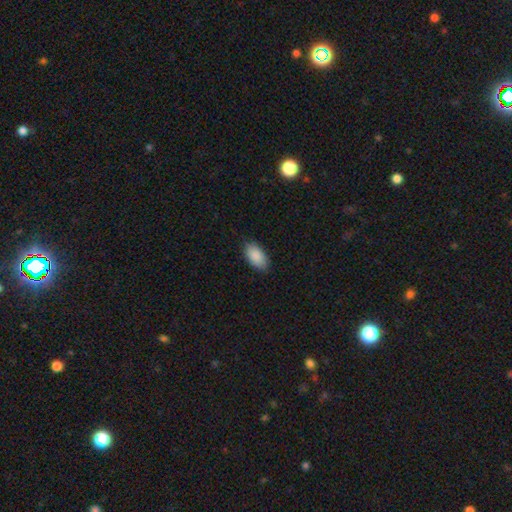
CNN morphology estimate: Smooth or featured?
  - smooth: 90% *
  - star or artifact: 6%
  - featured or disk: 4%
How rounded?
  - in between: 95% *
  - round: 3%
  - cigar-shaped: 2%
Merging?
  - none: 84% *
  - minor disturbance: 13%
  - major disturbance: 2%
  - merger: 1%